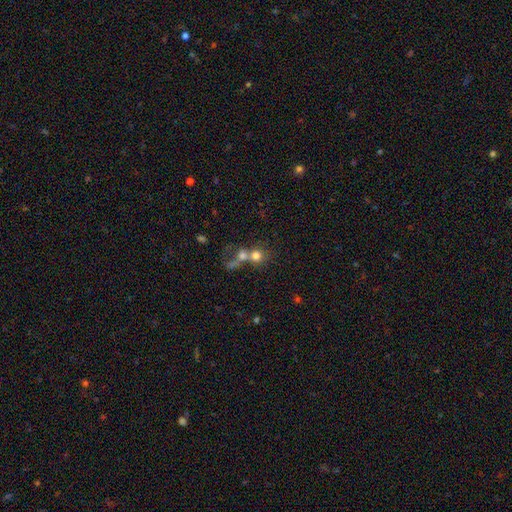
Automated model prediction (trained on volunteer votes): Q: Smooth or featured?
A: smooth (68%); runner-up: featured or disk (18%)
Q: How rounded?
A: round (81%); runner-up: in between (17%)
Q: Merging?
A: merger (60%); runner-up: none (27%)